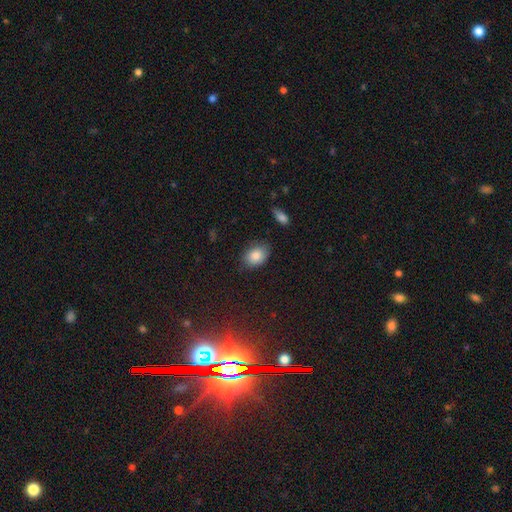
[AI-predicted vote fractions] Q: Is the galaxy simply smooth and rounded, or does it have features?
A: smooth — 84%.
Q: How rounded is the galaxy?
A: in between — 75%.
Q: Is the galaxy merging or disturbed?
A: none — 77%.